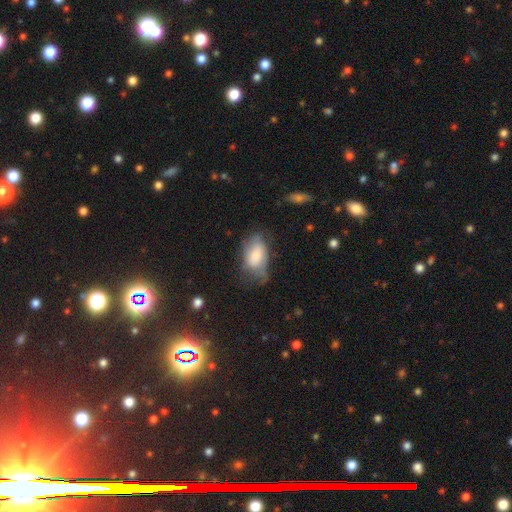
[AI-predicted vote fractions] The model was most divided on "merging": none: 40%, minor disturbance: 34%, major disturbance: 24%, merger: 2%. More confident: how rounded — in between (91%); smooth or featured — smooth (63%).